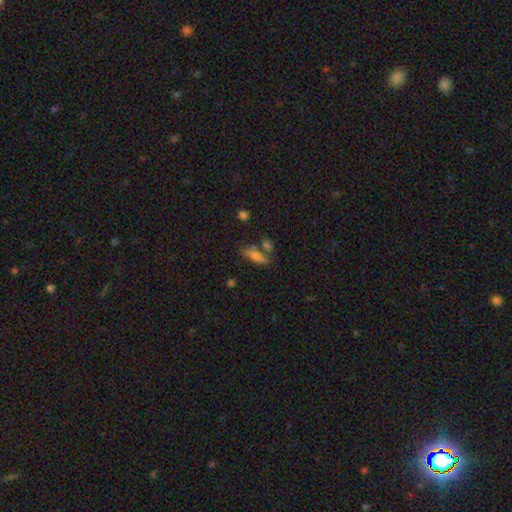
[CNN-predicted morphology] A smooth galaxy with no disk features (70%) that is cigar-shaped (49%).

Vote fractions:
- Smooth or featured? smooth: 70% / featured or disk: 20% / star or artifact: 10%
- How rounded? cigar-shaped: 49% / in between: 47% / round: 4%
- Merging? none: 61% / merger: 19% / minor disturbance: 15% / major disturbance: 5%